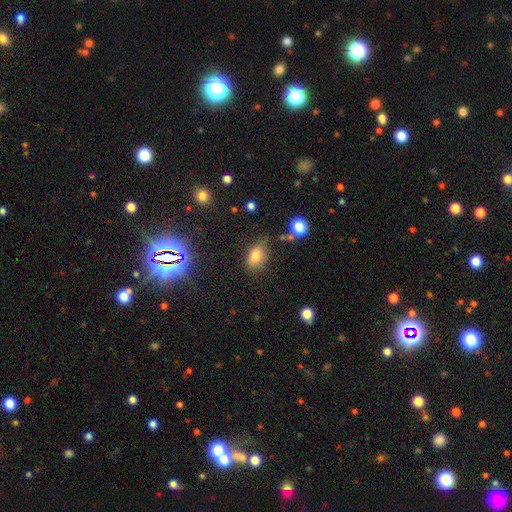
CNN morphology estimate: type=smooth (78%); roundness=in between (81%); merging=none (62%).